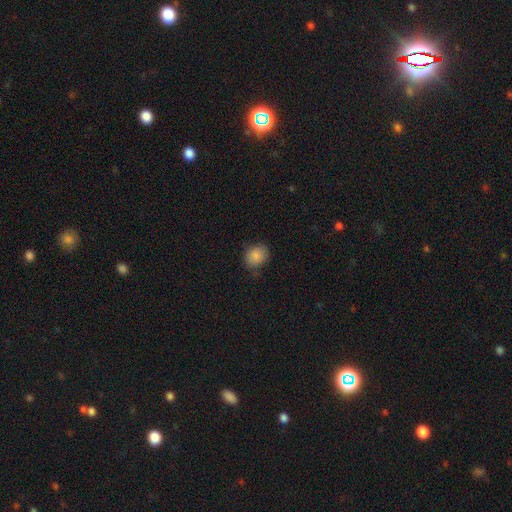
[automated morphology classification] This appears to be a smooth galaxy with no disk features (86%) that is round (62%). Merging: none (76%).